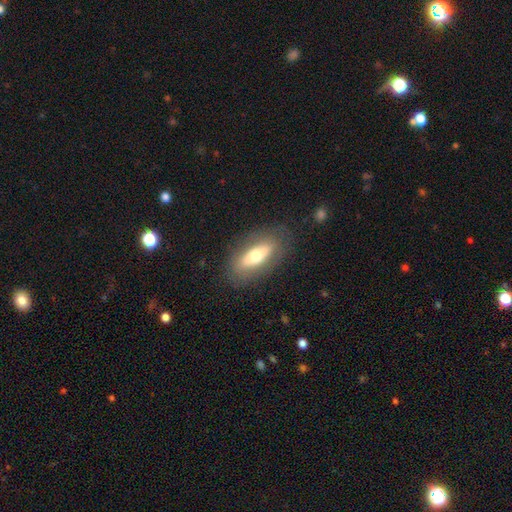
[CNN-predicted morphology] A smooth galaxy with no disk features (55%) that is in between round and cigar-shaped (74%). Merging: none (81%).